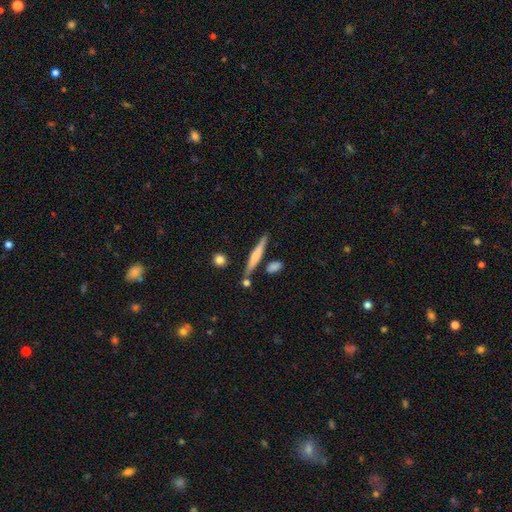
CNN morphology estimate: Smooth or featured: smooth — 53% (featured or disk — 41%)
How rounded: cigar-shaped — 91% (in between — 6%)
Merging: none — 79% (minor disturbance — 11%)